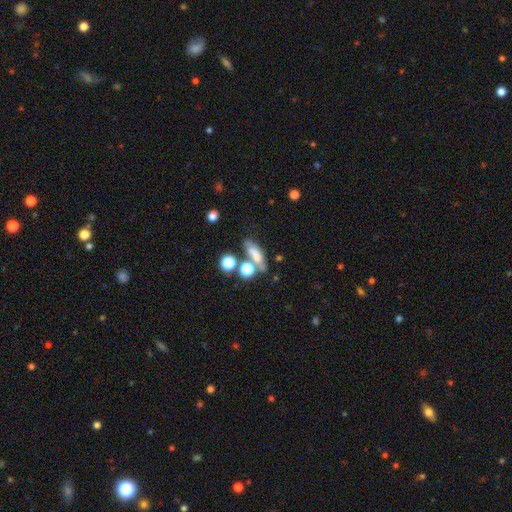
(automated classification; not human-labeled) Smooth or featured: smooth — 61% (featured or disk — 24%)
How rounded: in between — 47% (cigar-shaped — 34%)
Merging: none — 44% (merger — 27%)